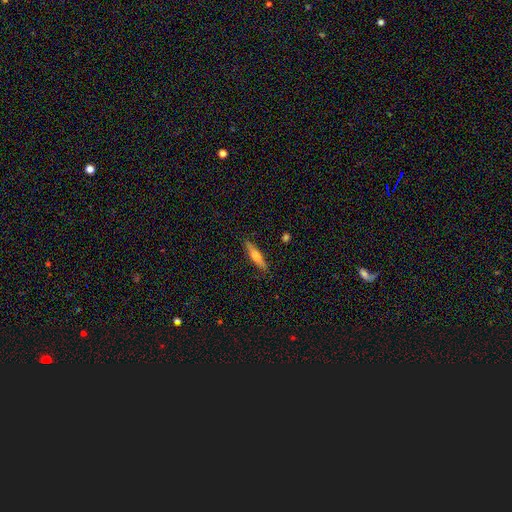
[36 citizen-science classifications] Smooth or featured: smooth — 50% (featured or disk — 47%)
How rounded: cigar-shaped — 78% (in between — 17%)
Merging: none — 83% (merger — 9%)